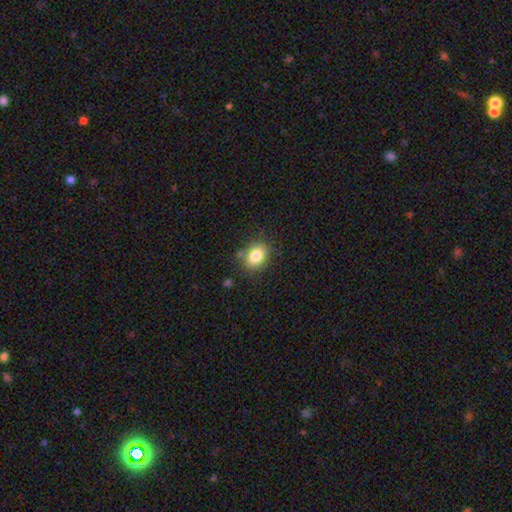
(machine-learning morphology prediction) Overall: smooth (82%). How rounded: in between (60%; round 39%). Merging: none (81%).